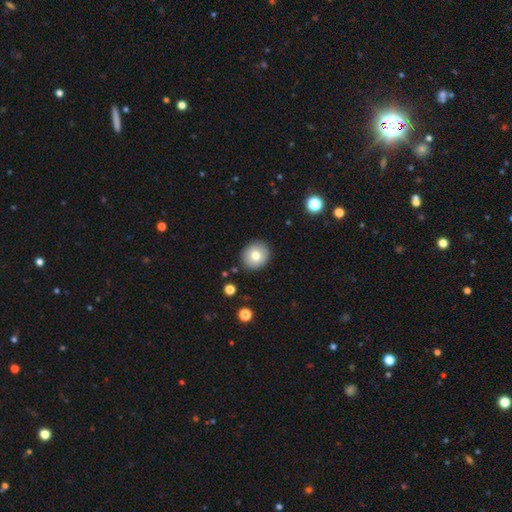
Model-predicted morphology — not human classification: Smooth or featured?
  - smooth: 76% *
  - featured or disk: 15%
  - star or artifact: 10%
How rounded?
  - round: 86% *
  - in between: 13%
  - cigar-shaped: 1%
Merging?
  - none: 90% *
  - minor disturbance: 7%
  - major disturbance: 2%
  - merger: 1%